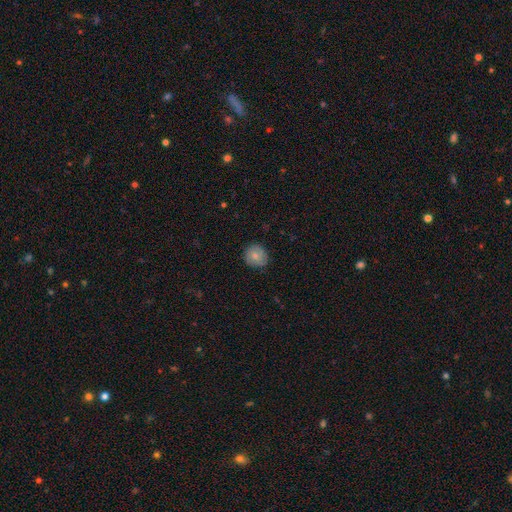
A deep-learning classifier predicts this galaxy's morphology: This appears to be a smooth galaxy with no disk features (72%) that is round (85%). Merging: none (81%).